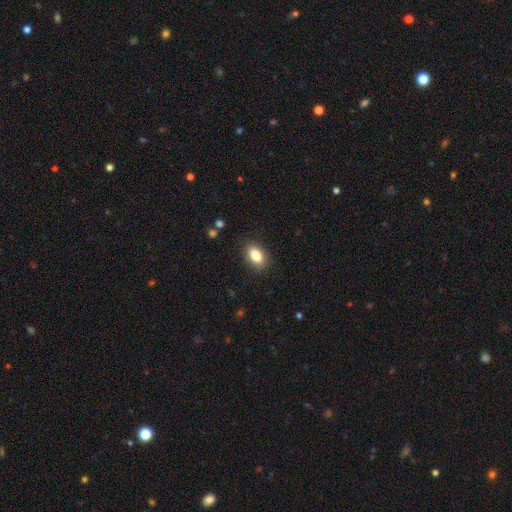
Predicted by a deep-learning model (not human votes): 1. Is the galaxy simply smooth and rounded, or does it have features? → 85% smooth, 8% star or artifact, 7% featured or disk.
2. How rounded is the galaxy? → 87% in between, 11% round, 2% cigar-shaped.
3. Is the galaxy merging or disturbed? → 87% none, 9% minor disturbance, 3% major disturbance, 1% merger.